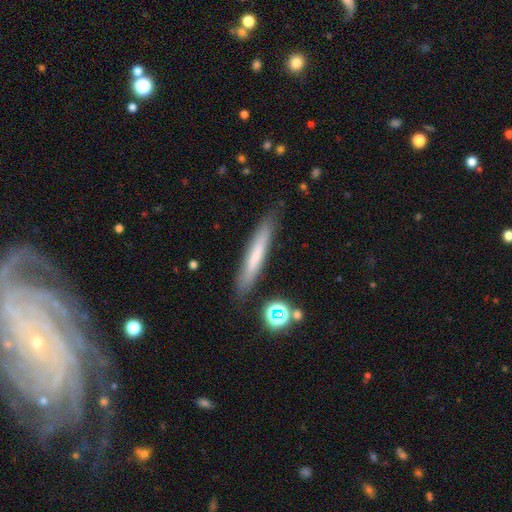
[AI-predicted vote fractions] A smooth galaxy with no disk features (61%) that is cigar-shaped (93%).

Vote fractions:
- Smooth or featured? smooth: 61% / featured or disk: 30% / star or artifact: 8%
- How rounded? cigar-shaped: 93% / in between: 6% / round: 1%
- Merging? none: 85% / minor disturbance: 11% / major disturbance: 3% / merger: 2%